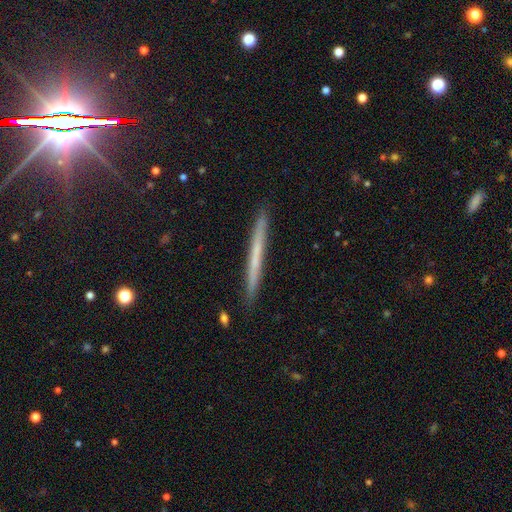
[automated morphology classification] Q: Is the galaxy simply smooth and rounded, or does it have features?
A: smooth — 51%.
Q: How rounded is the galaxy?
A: cigar-shaped — 97%.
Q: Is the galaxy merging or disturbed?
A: none — 91%.